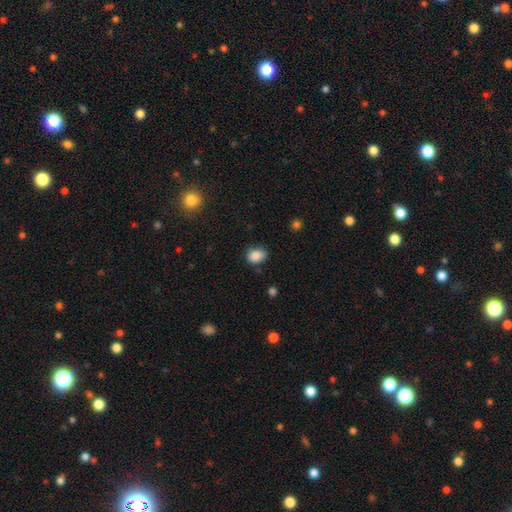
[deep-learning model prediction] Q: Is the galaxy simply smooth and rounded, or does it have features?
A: smooth — 85%.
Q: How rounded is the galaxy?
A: in between — 62%.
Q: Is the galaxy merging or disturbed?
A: none — 69%.